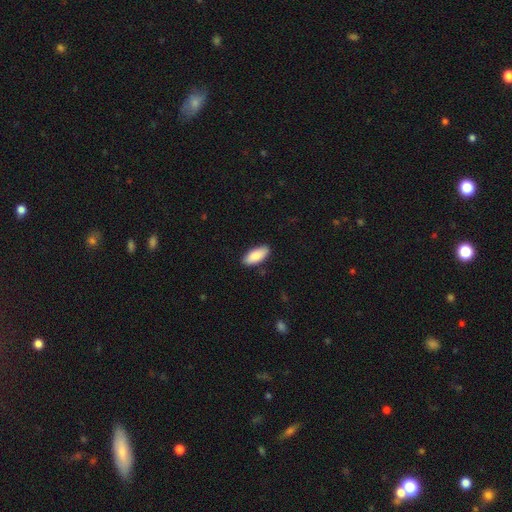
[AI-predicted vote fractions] Smooth or featured: smooth — 88% (featured or disk — 6%)
How rounded: in between — 85% (cigar-shaped — 14%)
Merging: none — 86% (minor disturbance — 11%)